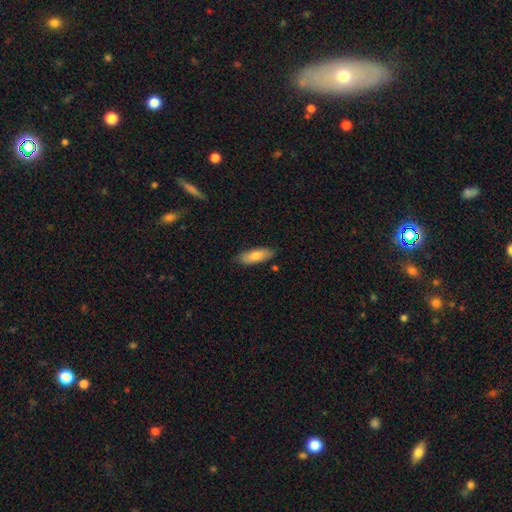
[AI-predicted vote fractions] A smooth galaxy with no disk features (76%) that is in between round and cigar-shaped (59%).

Vote fractions:
- Smooth or featured? smooth: 76% / featured or disk: 18% / star or artifact: 6%
- How rounded? in between: 59% / cigar-shaped: 39% / round: 2%
- Merging? none: 85% / minor disturbance: 12% / major disturbance: 2% / merger: 2%